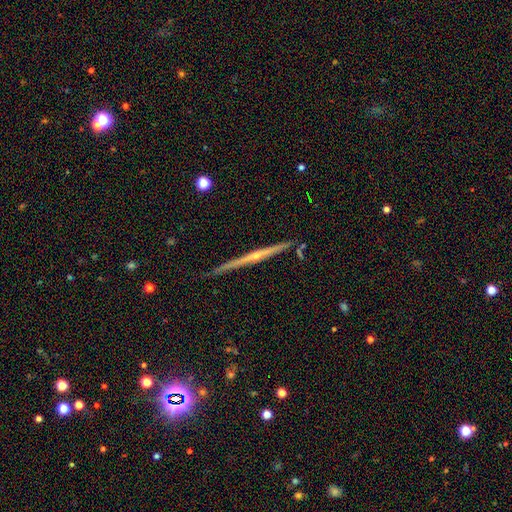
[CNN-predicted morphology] smooth-or-featured: featured or disk: 79% | smooth: 14% | star or artifact: 7%
  disk-edge-on: yes: 98% | no: 2%
    edge-on-bulge: rounded: 68% | none: 28% | boxy: 4%
  merging: none: 89% | minor disturbance: 8% | merger: 2% | major disturbance: 1%